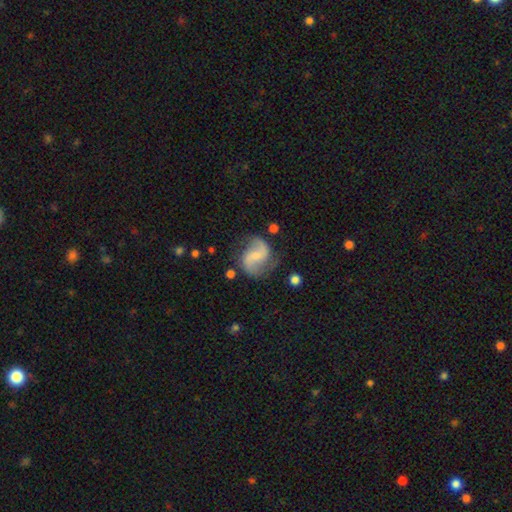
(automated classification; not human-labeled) This appears to be a featured or disk galaxy (81%) with a weak bar (44%), 2 (92%) loose (56%) spiral arms (95%) and a small central bulge (58%). Merging: none (72%).